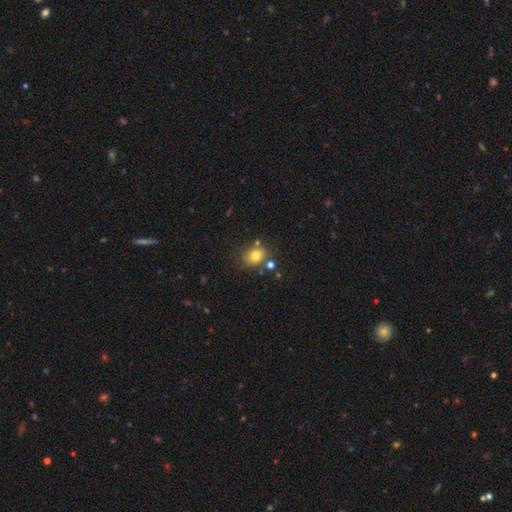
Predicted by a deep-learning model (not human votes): Overall: smooth (77%). How rounded: in between (50%; round 49%). Merging: none (73%).